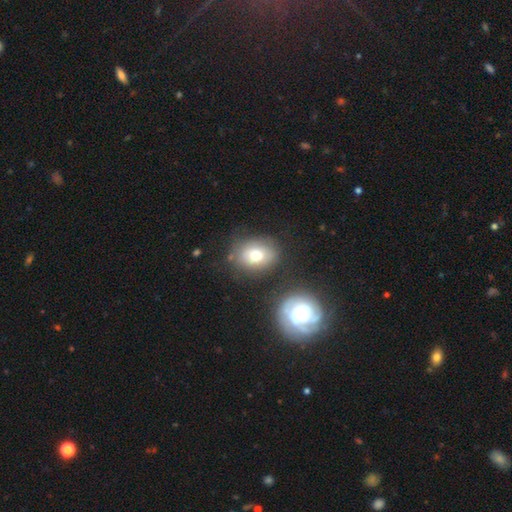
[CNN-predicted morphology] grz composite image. It shows a smooth galaxy with no disk features (72%) that is in between round and cigar-shaped (57%). Merging: none (72%).